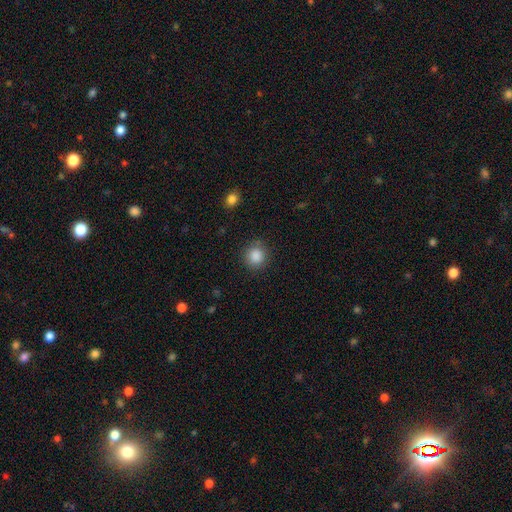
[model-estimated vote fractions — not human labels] This appears to be a smooth galaxy with no disk features (87%) that is round (88%). Merging: none (85%).